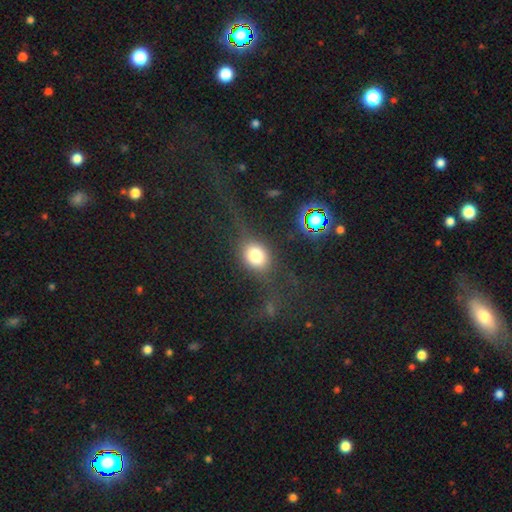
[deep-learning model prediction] Smooth or featured: smooth — 66% (featured or disk — 20%)
How rounded: in between — 50% (round — 46%)
Merging: none — 64% (major disturbance — 17%)